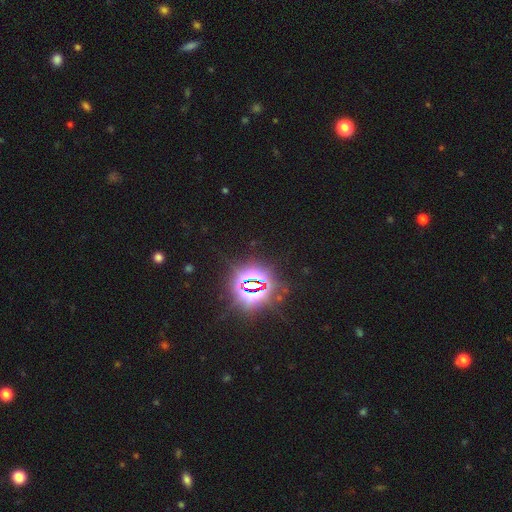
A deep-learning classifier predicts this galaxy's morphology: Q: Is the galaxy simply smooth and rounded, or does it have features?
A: star or artifact — 86%.